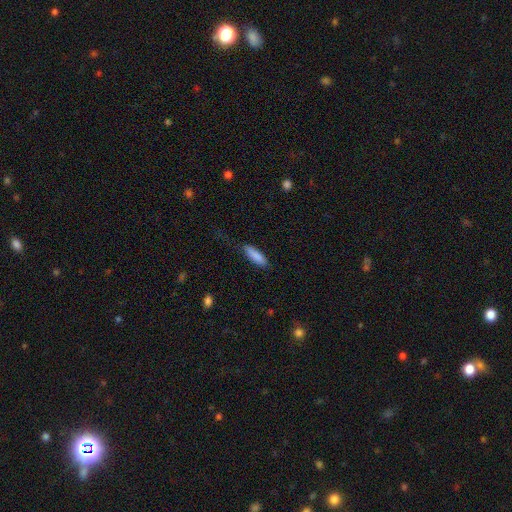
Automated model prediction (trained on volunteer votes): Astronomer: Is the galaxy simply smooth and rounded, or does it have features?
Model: smooth — 87%.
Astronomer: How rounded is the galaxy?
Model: in between — 51% (runner-up: cigar-shaped, 48%).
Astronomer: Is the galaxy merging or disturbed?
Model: none — 73%.